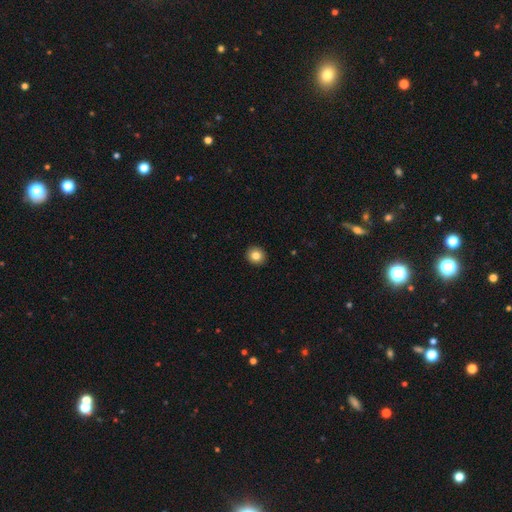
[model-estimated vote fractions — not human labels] A smooth galaxy with no disk features (83%) that is round (90%). Merging: none (93%).